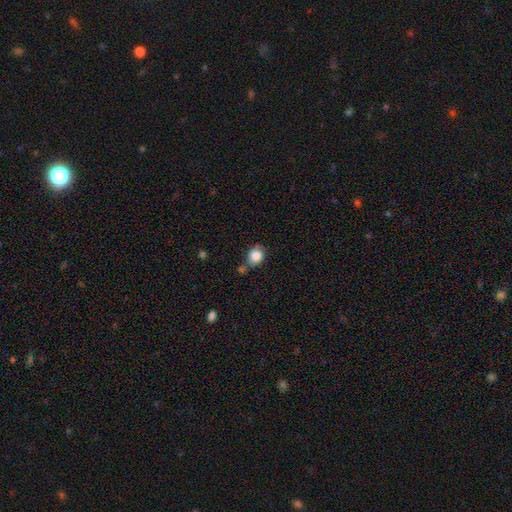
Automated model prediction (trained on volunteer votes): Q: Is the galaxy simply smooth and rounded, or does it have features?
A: smooth — 85%.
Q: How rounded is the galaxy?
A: round — 65%.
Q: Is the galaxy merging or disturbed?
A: none — 55%.